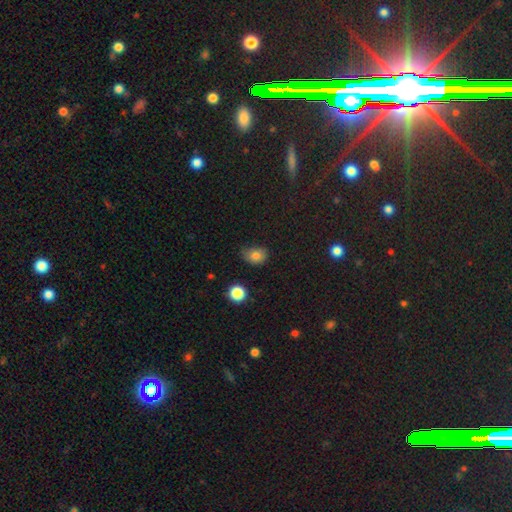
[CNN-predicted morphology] A smooth galaxy with no disk features (80%) that is in between round and cigar-shaped (52%). Merging: none (57%).